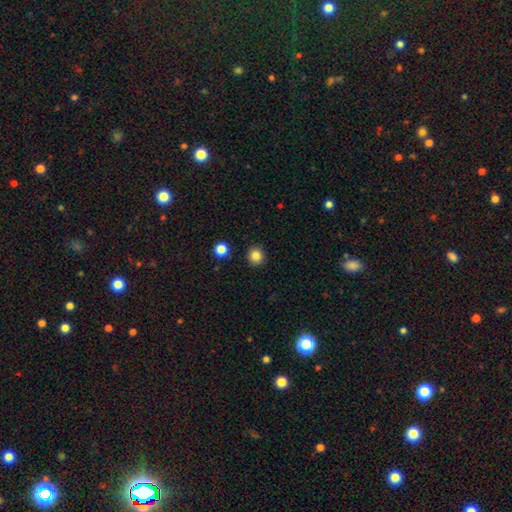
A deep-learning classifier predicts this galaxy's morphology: Smooth or featured: smooth — 85% (star or artifact — 11%)
How rounded: round — 88% (in between — 11%)
Merging: none — 91% (minor disturbance — 5%)